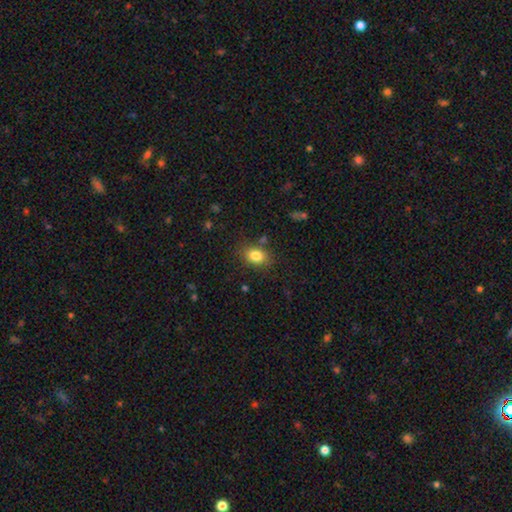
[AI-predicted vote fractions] Q: Smooth or featured?
A: smooth (84%); runner-up: star or artifact (9%)
Q: How rounded?
A: in between (75%); runner-up: round (24%)
Q: Merging?
A: none (82%); runner-up: minor disturbance (12%)